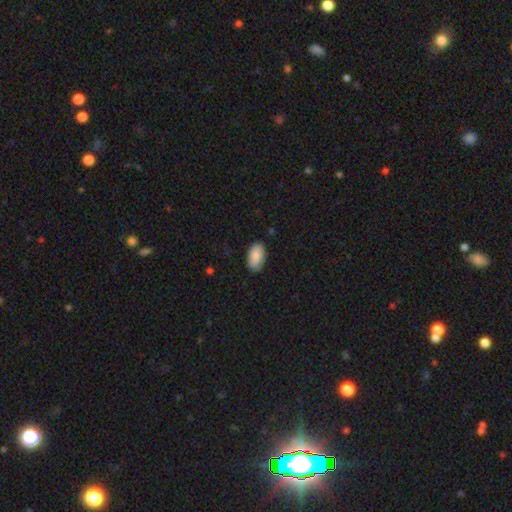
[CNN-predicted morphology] smooth 87%, featured or disk 7%, star or artifact 6%. Down the decision tree: how rounded — in between (94%); merging — none (81%).